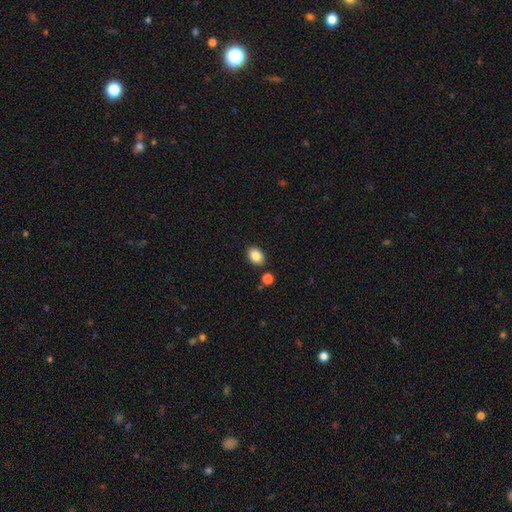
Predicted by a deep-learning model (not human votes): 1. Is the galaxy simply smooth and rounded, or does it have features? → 86% smooth, 8% star or artifact, 6% featured or disk.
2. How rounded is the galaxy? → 77% in between, 21% round, 1% cigar-shaped.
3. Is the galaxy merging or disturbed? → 85% none, 9% minor disturbance, 4% merger, 2% major disturbance.